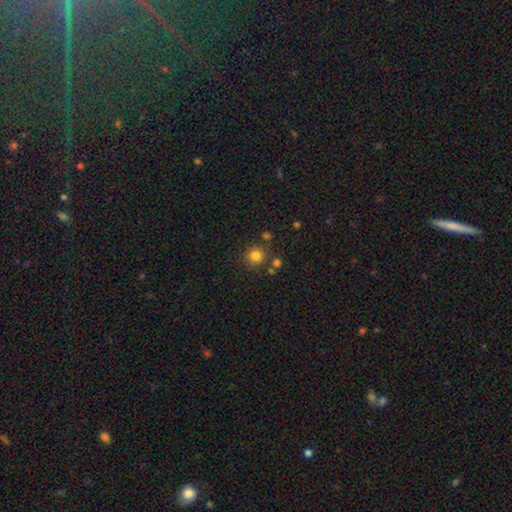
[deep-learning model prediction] The model was most divided on "smooth or featured": smooth: 81%, star or artifact: 14%, featured or disk: 6%. More confident: how rounded — round (91%); merging — none (81%).